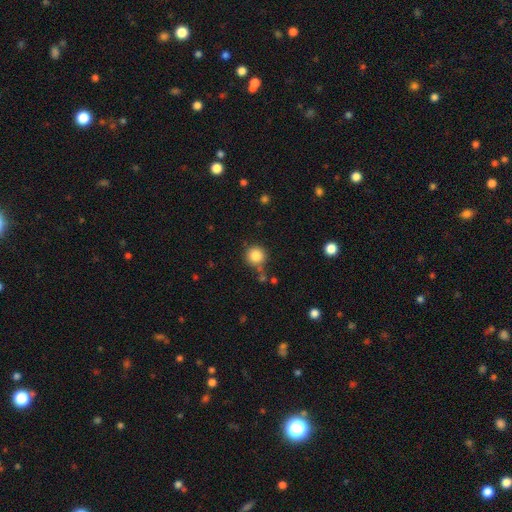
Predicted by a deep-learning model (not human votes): This appears to be a smooth galaxy with no disk features (84%) that is round (94%). Merging: none (74%).